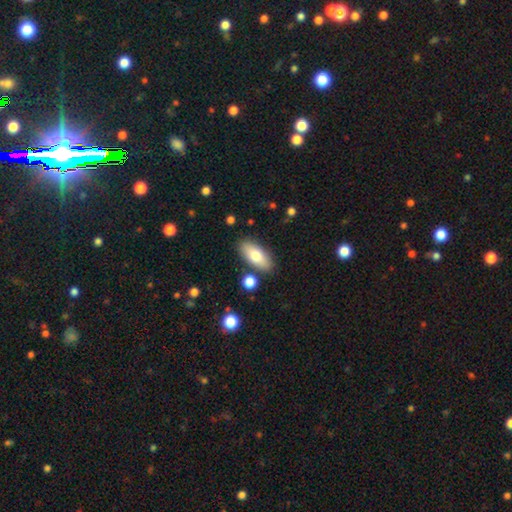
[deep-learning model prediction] This appears to be a smooth galaxy with no disk features (76%) that is in between round and cigar-shaped (84%). Merging: none (83%).